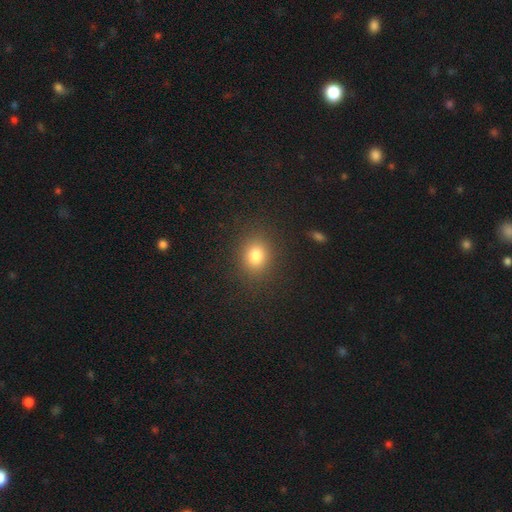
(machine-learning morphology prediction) type=smooth (80%); roundness=round (57%); merging=none (86%).